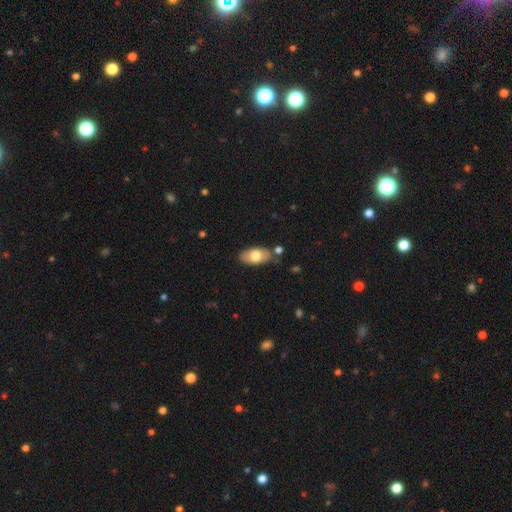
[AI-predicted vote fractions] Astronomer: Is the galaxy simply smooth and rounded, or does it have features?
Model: smooth — 70%.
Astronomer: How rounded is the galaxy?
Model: in between — 92%.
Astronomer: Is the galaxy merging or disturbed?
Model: none — 76%.